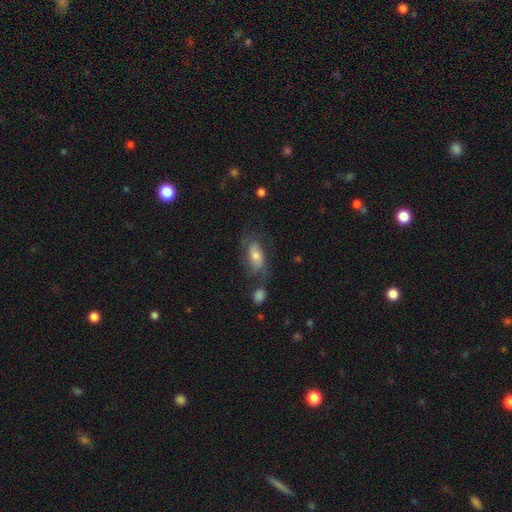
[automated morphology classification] Smooth or featured?
  - smooth: 55% *
  - featured or disk: 36%
  - star or artifact: 9%
How rounded?
  - in between: 85% *
  - cigar-shaped: 9%
  - round: 6%
Merging?
  - none: 54% *
  - minor disturbance: 23%
  - major disturbance: 15%
  - merger: 8%